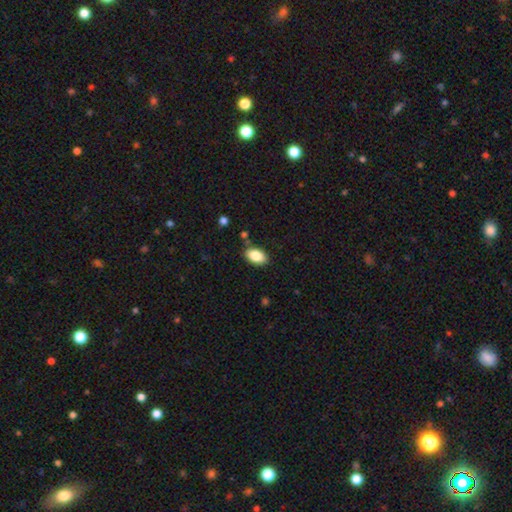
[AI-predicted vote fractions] smooth-or-featured: smooth: 86% | star or artifact: 7% | featured or disk: 7%
  how-rounded: in between: 92% | round: 6% | cigar-shaped: 2%
  merging: none: 84% | minor disturbance: 11% | merger: 3% | major disturbance: 2%